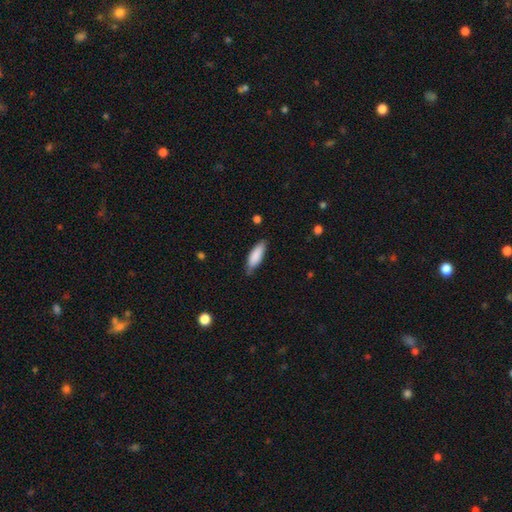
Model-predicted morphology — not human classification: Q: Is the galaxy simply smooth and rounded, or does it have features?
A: smooth — 85%.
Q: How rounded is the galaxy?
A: in between — 60%.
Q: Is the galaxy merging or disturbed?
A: none — 74%.